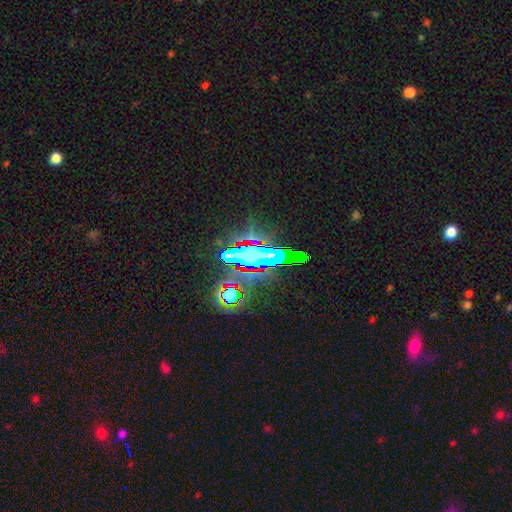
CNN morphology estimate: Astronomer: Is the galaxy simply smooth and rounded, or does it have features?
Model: star or artifact — 64%.